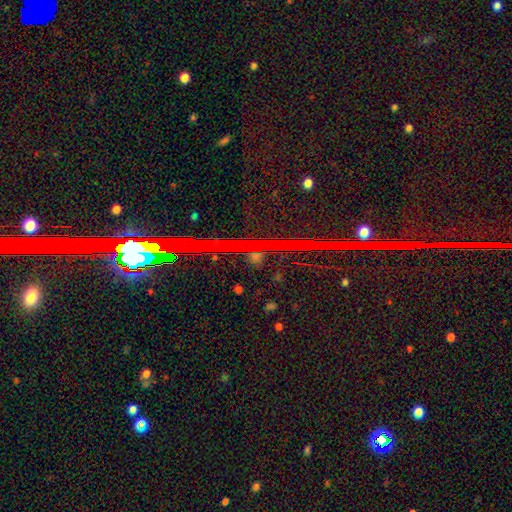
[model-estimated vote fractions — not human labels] This is likely a star or artifact rather than a galaxy (78%).